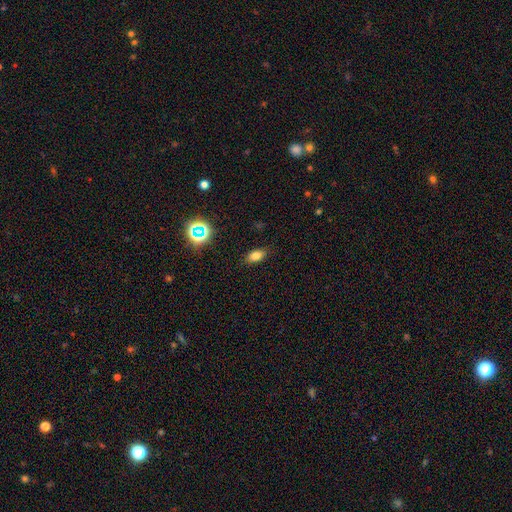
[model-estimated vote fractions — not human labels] Smooth or featured? Predicted: smooth (p=0.78). How rounded? Predicted: in between (p=0.86). Merging? Predicted: none (p=0.85).